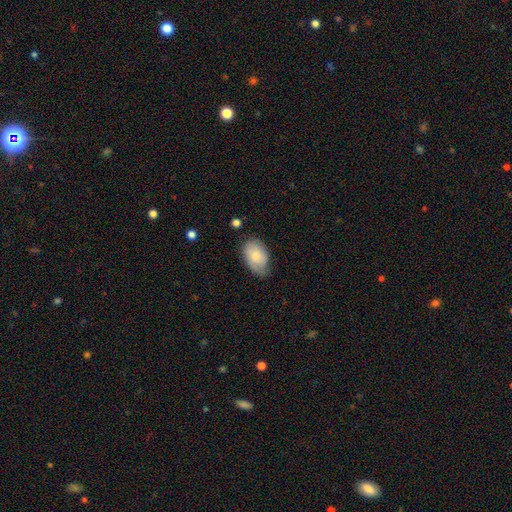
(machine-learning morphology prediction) Smooth or featured? smooth (76%)
How rounded? in between (90%)
Merging? none (62%)